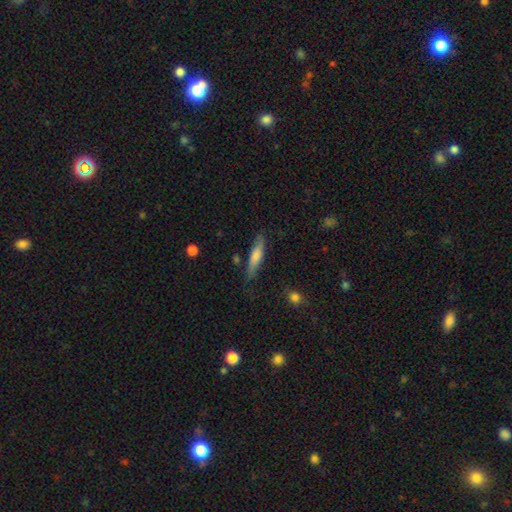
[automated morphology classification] Smooth or featured?
  - smooth: 59% *
  - featured or disk: 33%
  - star or artifact: 8%
How rounded?
  - cigar-shaped: 84% *
  - in between: 14%
  - round: 2%
Merging?
  - none: 81% *
  - minor disturbance: 14%
  - major disturbance: 3%
  - merger: 2%